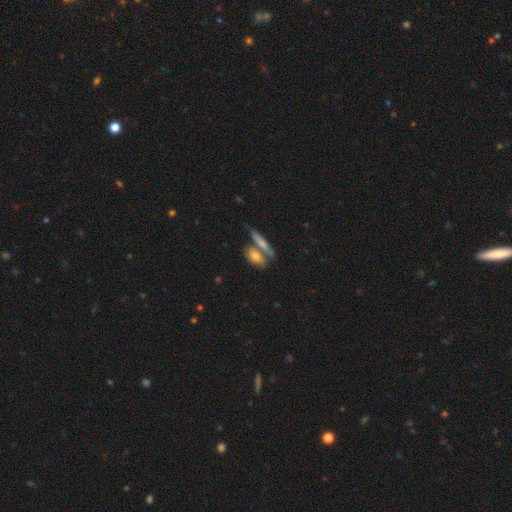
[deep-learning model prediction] This is likely a smooth galaxy (62%). How rounded: likely in between (64%). Merging: marginally none (45%).